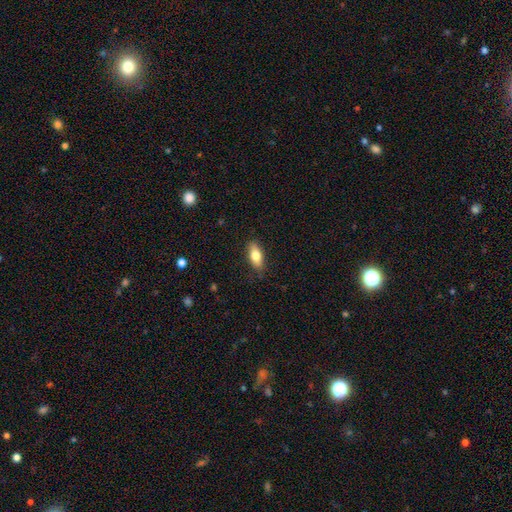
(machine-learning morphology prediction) smooth 77%, featured or disk 16%, star or artifact 7%. Down the decision tree: how rounded — in between (79%); merging — none (83%).